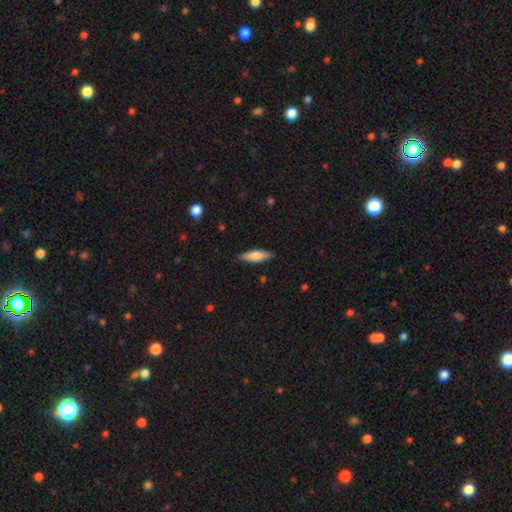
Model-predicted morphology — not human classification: smooth_or_featured: smooth (p=0.73) [alt: featured or disk p=0.21]
how_rounded: cigar-shaped (p=0.56) [alt: in between p=0.42]
merging: none (p=0.86) [alt: minor disturbance p=0.11]